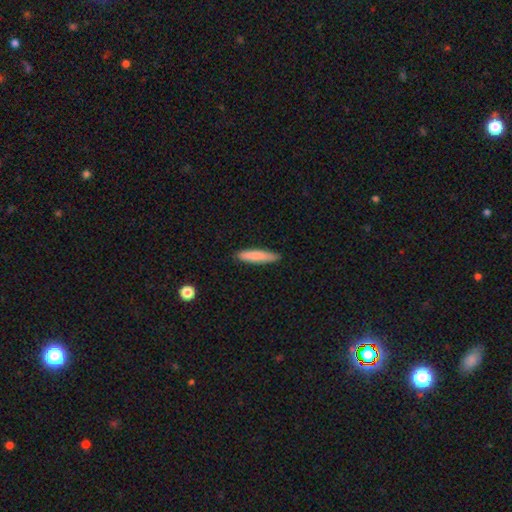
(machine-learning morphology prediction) A smooth galaxy with no disk features (83%) that is cigar-shaped (87%).

Vote fractions:
- Smooth or featured? smooth: 83% / featured or disk: 11% / star or artifact: 6%
- How rounded? cigar-shaped: 87% / in between: 12% / round: 1%
- Merging? none: 88% / minor disturbance: 9% / major disturbance: 2% / merger: 1%